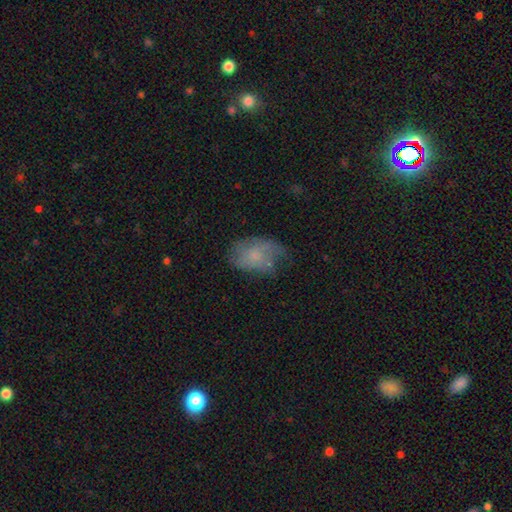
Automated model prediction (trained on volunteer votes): Overall: smooth (53%; featured or disk 37%). How rounded: in between (84%). Merging: none (46%; minor disturbance 32%).